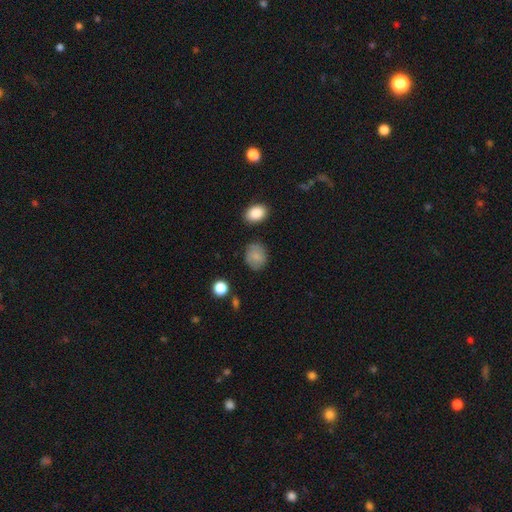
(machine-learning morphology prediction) A smooth galaxy with no disk features (79%) that is round (67%).

Vote fractions:
- Smooth or featured? smooth: 79% / featured or disk: 12% / star or artifact: 9%
- How rounded? round: 67% / in between: 32% / cigar-shaped: 1%
- Merging? none: 77% / minor disturbance: 17% / major disturbance: 4% / merger: 2%